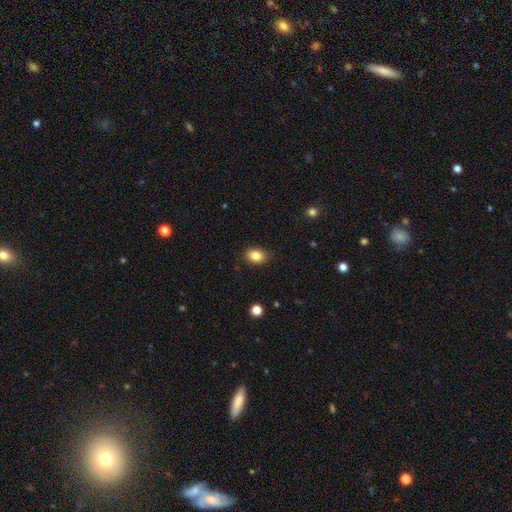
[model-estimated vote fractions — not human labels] Smooth or featured: smooth — 86% (star or artifact — 9%)
How rounded: in between — 71% (round — 28%)
Merging: none — 85% (minor disturbance — 11%)